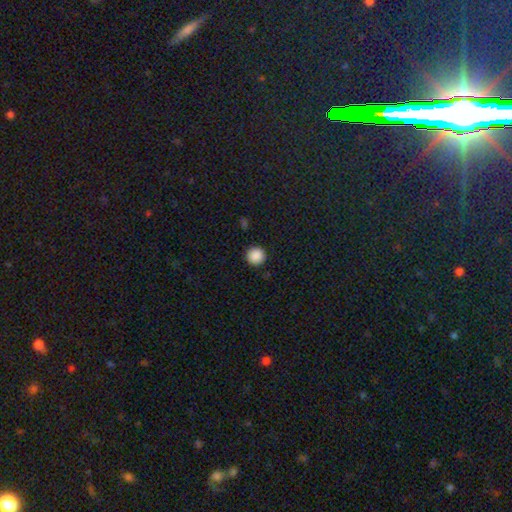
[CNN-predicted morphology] The model was most divided on "smooth or featured": smooth: 88%, star or artifact: 9%, featured or disk: 2%. More confident: how rounded — round (95%); merging — none (92%).